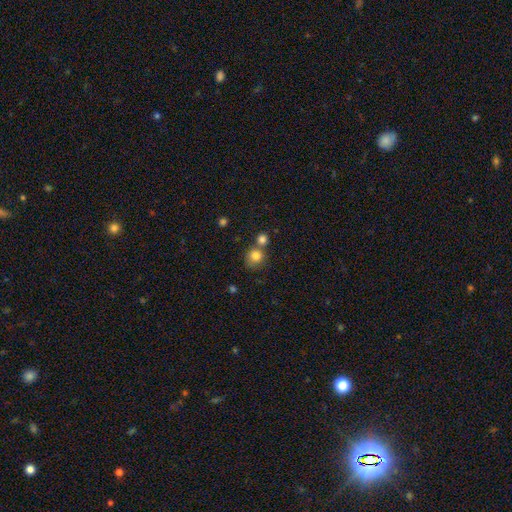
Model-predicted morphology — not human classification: The model was most divided on "merging": none: 55%, merger: 31%, minor disturbance: 10%, major disturbance: 4%. More confident: how rounded — round (87%); smooth or featured — smooth (81%).